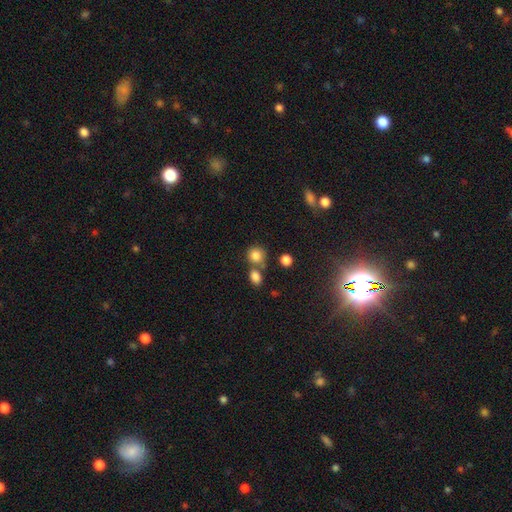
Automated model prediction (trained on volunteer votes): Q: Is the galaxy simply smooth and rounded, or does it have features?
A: smooth — 83%.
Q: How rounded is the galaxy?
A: round — 82%.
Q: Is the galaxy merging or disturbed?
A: none — 56%.